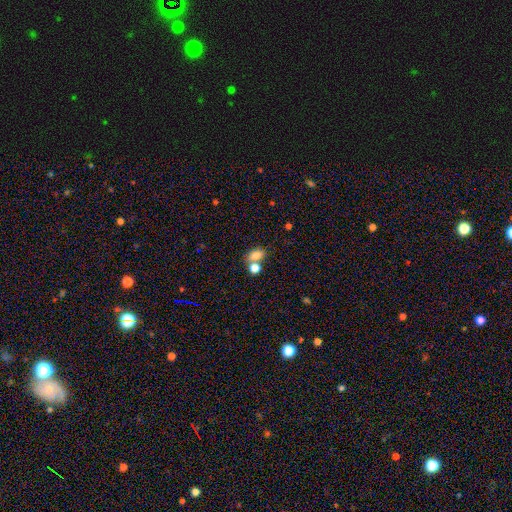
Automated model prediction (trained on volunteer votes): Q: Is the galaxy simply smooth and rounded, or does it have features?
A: smooth — 79%.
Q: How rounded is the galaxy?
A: in between — 80%.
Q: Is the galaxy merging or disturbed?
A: none — 45%.